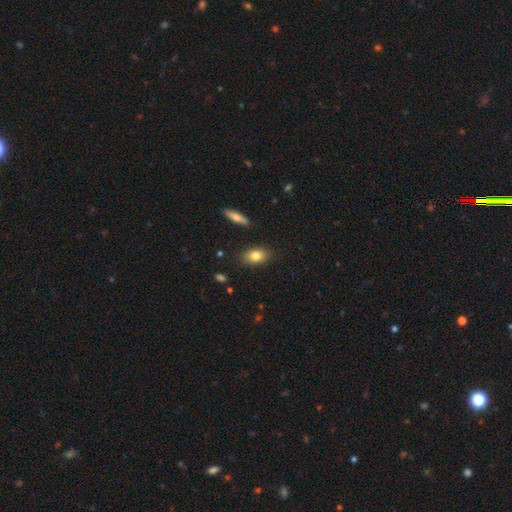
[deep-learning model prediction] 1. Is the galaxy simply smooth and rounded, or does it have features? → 80% smooth, 12% featured or disk, 8% star or artifact.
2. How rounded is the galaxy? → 83% in between, 12% round, 5% cigar-shaped.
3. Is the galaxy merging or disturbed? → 85% none, 11% minor disturbance, 3% major disturbance, 2% merger.